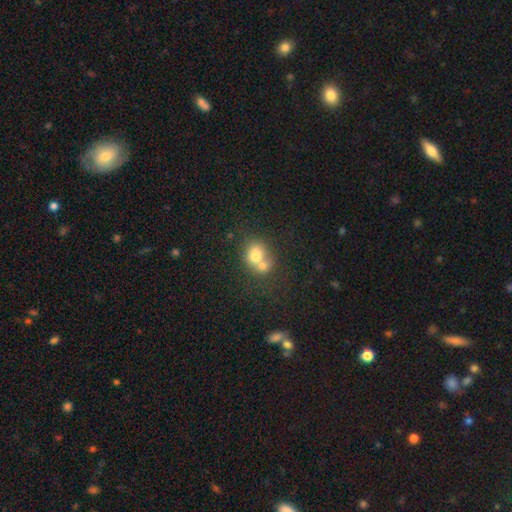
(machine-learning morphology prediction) A smooth galaxy with no disk features (72%) that is round (70%). Merging: merger (61%).